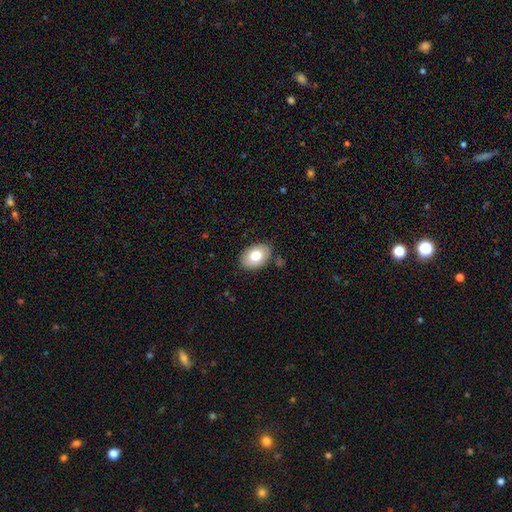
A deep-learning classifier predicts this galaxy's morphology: Smooth or featured? smooth (78%)
How rounded? in between (84%)
Merging? none (85%)